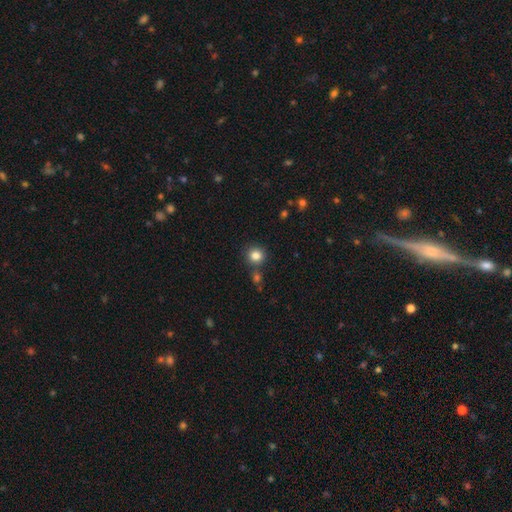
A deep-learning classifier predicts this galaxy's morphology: This appears to be a smooth galaxy with no disk features (83%) that is round (89%). Merging: none (76%).